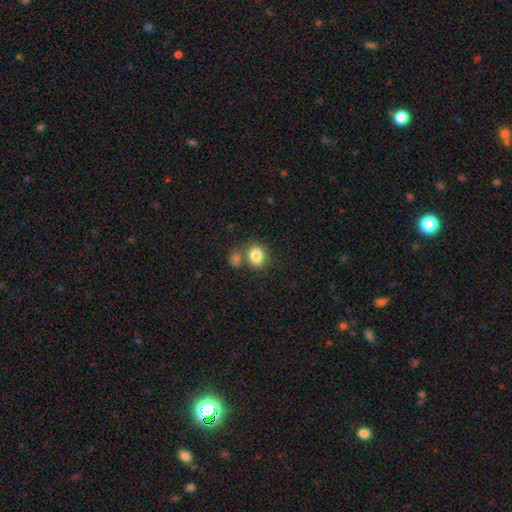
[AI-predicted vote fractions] Q: Smooth or featured?
A: smooth (83%); runner-up: star or artifact (9%)
Q: How rounded?
A: round (58%); runner-up: in between (41%)
Q: Merging?
A: none (61%); runner-up: merger (23%)